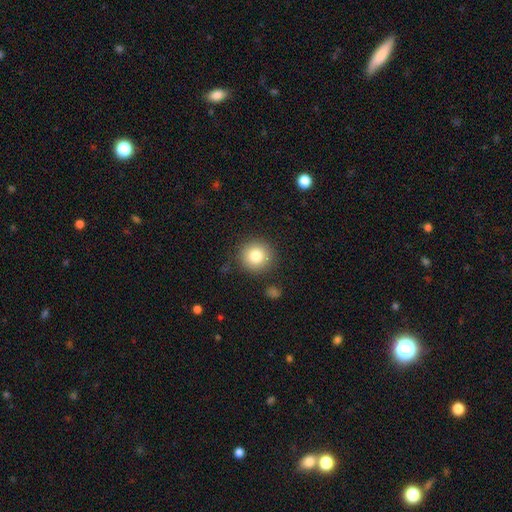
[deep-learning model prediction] Smooth or featured? Predicted: smooth (p=0.82). How rounded? Predicted: round (p=0.93). Merging? Predicted: none (p=0.87).